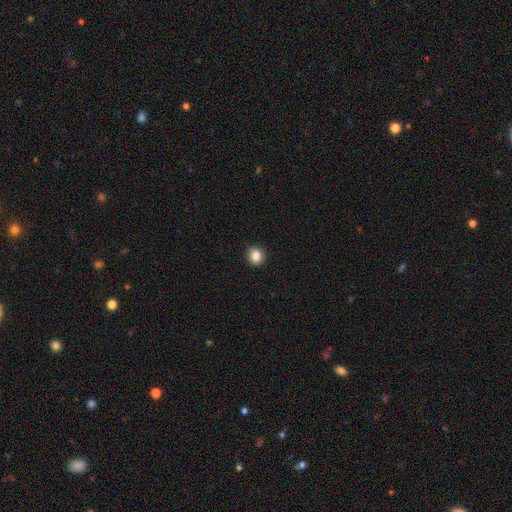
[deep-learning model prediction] smooth_or_featured: smooth (p=0.84) [alt: star or artifact p=0.11]
how_rounded: round (p=0.85) [alt: in between p=0.14]
merging: none (p=0.88) [alt: minor disturbance p=0.09]